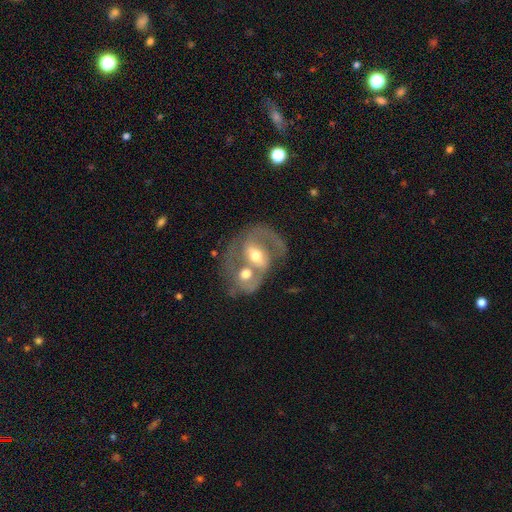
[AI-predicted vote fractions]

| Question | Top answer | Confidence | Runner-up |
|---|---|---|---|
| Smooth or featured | featured or disk | 74% | smooth (19%) |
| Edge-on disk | no | 96% | yes (4%) |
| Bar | weak | 40% | strong (30%) |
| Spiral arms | yes | 71% | no (29%) |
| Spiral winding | medium | 48% | tight (29%) |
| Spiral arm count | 2 | 71% | 1 (13%) |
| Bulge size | moderate | 72% | small (14%) |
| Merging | merger | 52% | none (28%) |